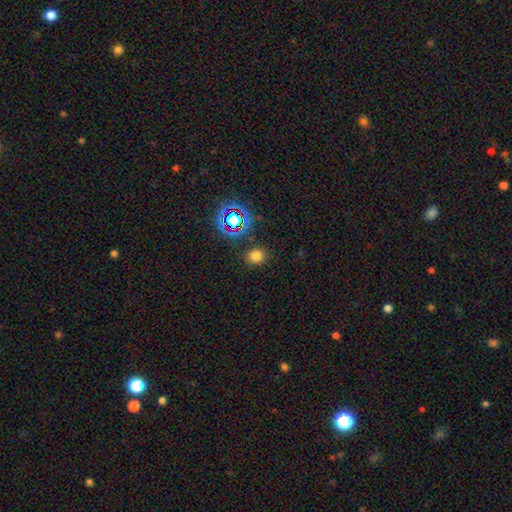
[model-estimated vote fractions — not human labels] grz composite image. It shows a smooth galaxy with no disk features (71%) that is round (79%). Merging: none (86%).